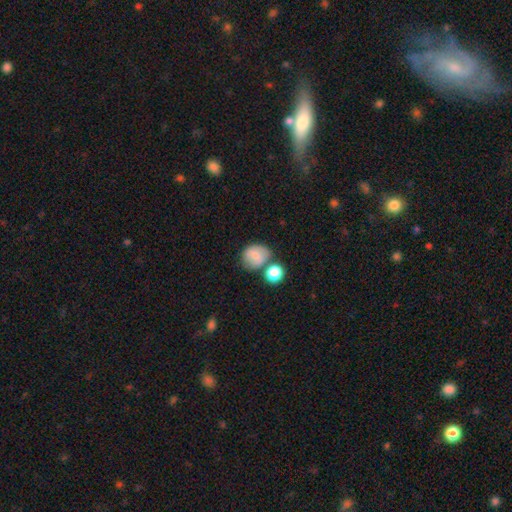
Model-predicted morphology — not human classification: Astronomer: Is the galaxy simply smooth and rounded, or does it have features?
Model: smooth — 76%.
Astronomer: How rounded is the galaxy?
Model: round — 66%.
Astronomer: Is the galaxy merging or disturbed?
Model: none — 54%.